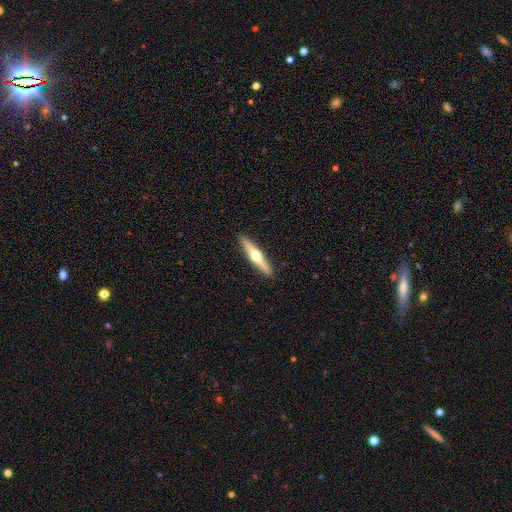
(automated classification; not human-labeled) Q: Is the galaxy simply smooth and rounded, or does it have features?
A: featured or disk — 62%.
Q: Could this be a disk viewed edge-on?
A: yes — 96%.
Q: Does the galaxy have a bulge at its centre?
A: rounded — 94%.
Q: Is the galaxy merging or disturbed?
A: none — 92%.